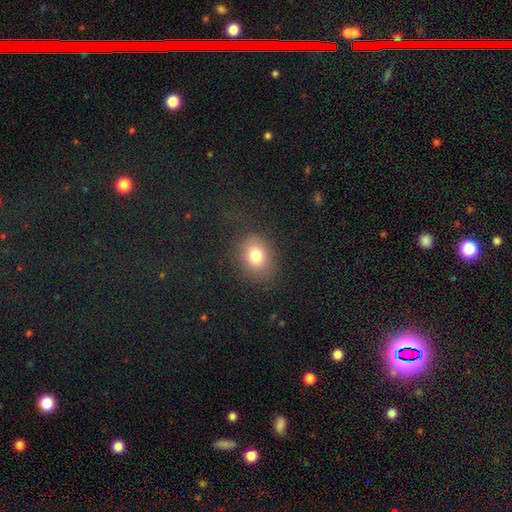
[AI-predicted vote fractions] smooth_or_featured: smooth (p=0.78) [alt: star or artifact p=0.12]
how_rounded: round (p=0.56) [alt: in between p=0.43]
merging: none (p=0.78) [alt: minor disturbance p=0.13]